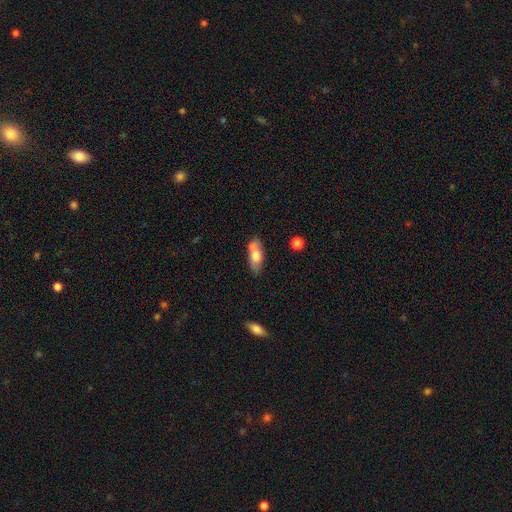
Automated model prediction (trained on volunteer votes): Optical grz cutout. It shows a smooth galaxy with no disk features (67%) that is in between round and cigar-shaped (77%). Merging: none (44%).